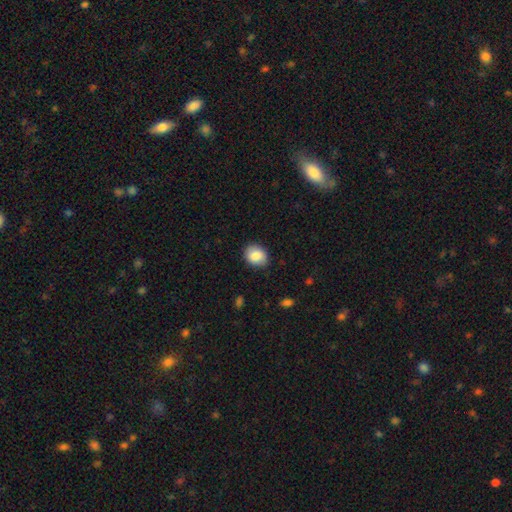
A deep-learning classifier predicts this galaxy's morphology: smooth_or_featured: smooth (p=0.86) [alt: star or artifact p=0.07]
how_rounded: in between (p=0.51) [alt: round p=0.48]
merging: none (p=0.84) [alt: minor disturbance p=0.12]